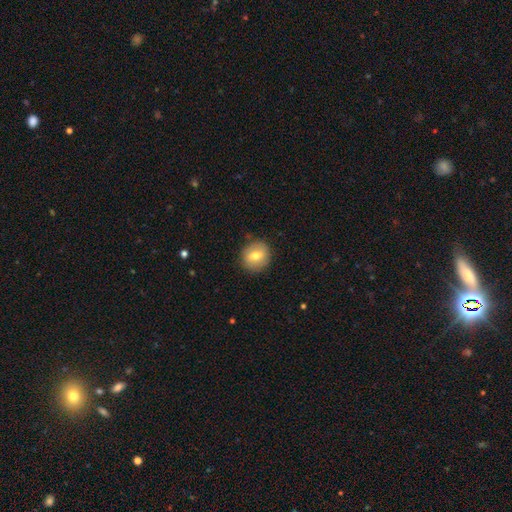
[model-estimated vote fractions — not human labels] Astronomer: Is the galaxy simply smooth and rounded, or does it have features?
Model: smooth — 68%.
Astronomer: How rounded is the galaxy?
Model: round — 86%.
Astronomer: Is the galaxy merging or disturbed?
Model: none — 87%.